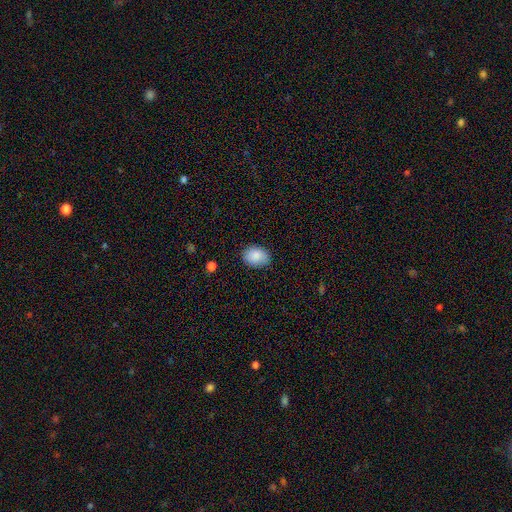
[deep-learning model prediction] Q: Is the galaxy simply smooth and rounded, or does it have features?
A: smooth — 87%.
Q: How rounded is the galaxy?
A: in between — 70%.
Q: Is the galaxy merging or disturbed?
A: none — 84%.